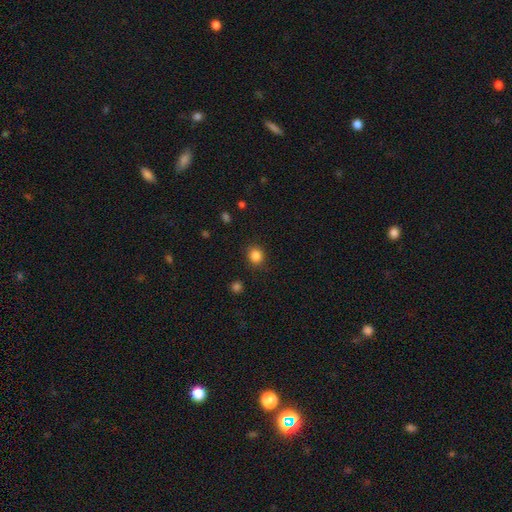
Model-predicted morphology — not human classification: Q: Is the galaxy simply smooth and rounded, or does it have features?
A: smooth — 85%.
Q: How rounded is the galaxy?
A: round — 81%.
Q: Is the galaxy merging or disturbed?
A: none — 88%.